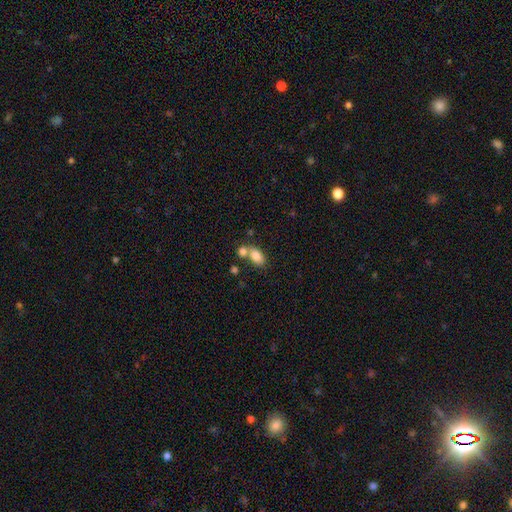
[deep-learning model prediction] A smooth galaxy with no disk features (81%) that is in between round and cigar-shaped (86%). Merging: merger (43%).